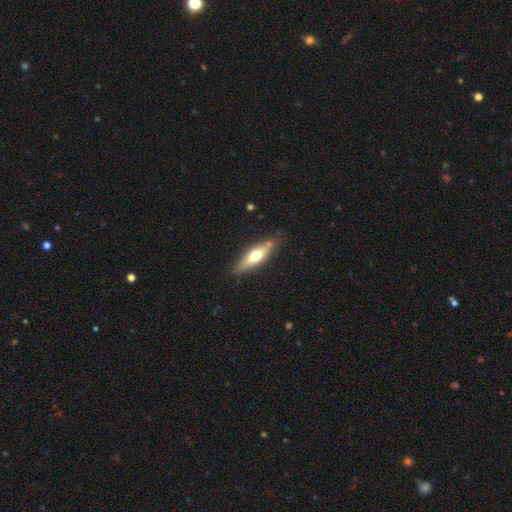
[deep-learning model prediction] Overall: smooth (51%; featured or disk 43%). How rounded: cigar-shaped (56%; in between 41%). Merging: none (79%).